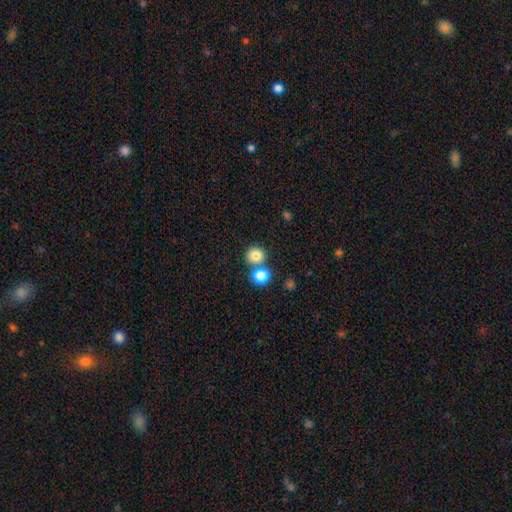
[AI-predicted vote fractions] smooth-or-featured: smooth: 81% | star or artifact: 12% | featured or disk: 7%
  how-rounded: round: 89% | in between: 10% | cigar-shaped: 1%
  merging: none: 67% | merger: 24% | minor disturbance: 7% | major disturbance: 3%